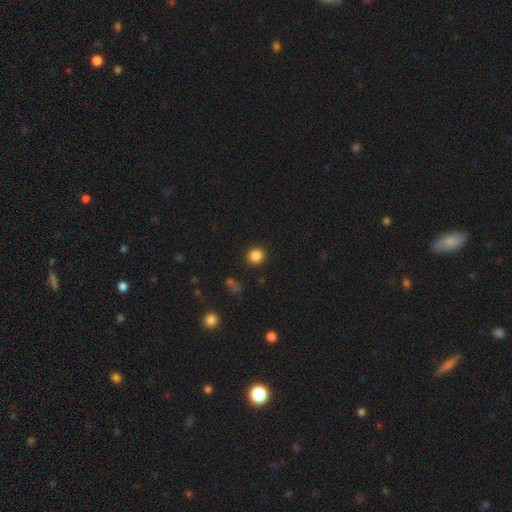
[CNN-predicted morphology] This is clearly a smooth galaxy (85%). How rounded: clearly round (87%). Merging: clearly none (91%).